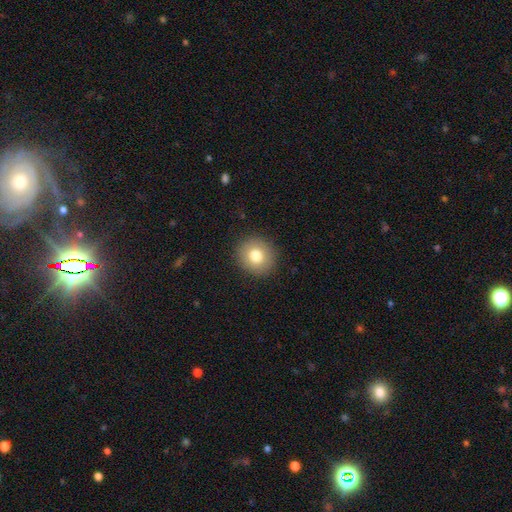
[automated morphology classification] Smooth or featured: smooth — 78% (featured or disk — 12%)
How rounded: round — 90% (in between — 9%)
Merging: none — 91% (minor disturbance — 6%)